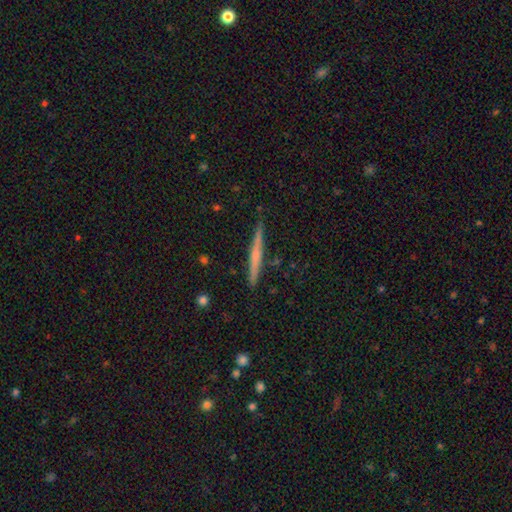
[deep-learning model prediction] Smooth or featured: featured or disk — 58% (smooth — 36%)
Edge-on disk: yes — 98% (no — 2%)
Edge-on bulge: rounded — 51% (none — 43%)
Merging: none — 89% (minor disturbance — 8%)